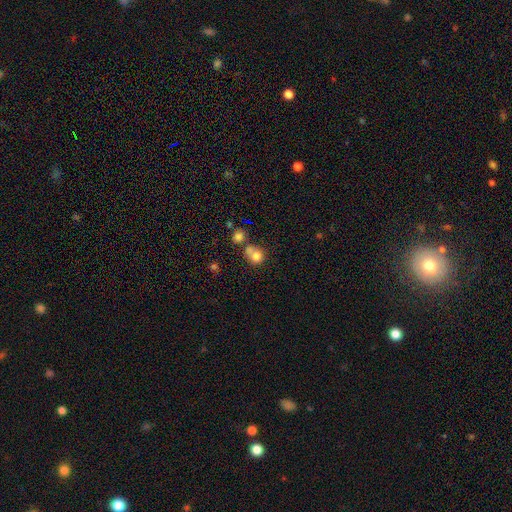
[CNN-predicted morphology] Overall: smooth (79%). How rounded: round (77%). Merging: merger (47%; none 37%).